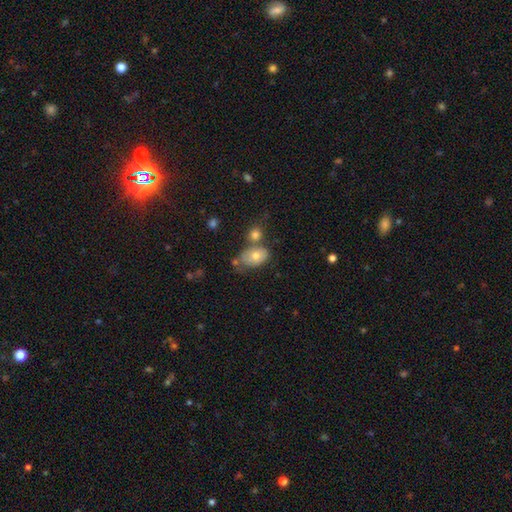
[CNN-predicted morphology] Smooth or featured?
  - smooth: 71% *
  - featured or disk: 20%
  - star or artifact: 9%
How rounded?
  - in between: 81% *
  - round: 17%
  - cigar-shaped: 1%
Merging?
  - none: 47% *
  - merger: 28%
  - minor disturbance: 18%
  - major disturbance: 7%